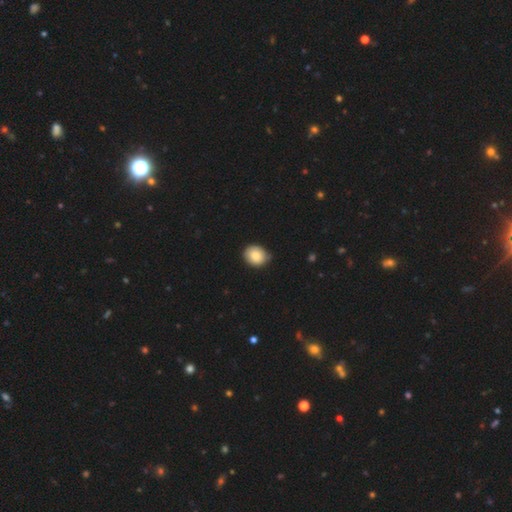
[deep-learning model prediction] smooth-or-featured: smooth: 84% | featured or disk: 8% | star or artifact: 7%
  how-rounded: round: 61% | in between: 38% | cigar-shaped: 1%
  merging: none: 75% | minor disturbance: 21% | major disturbance: 3% | merger: 1%